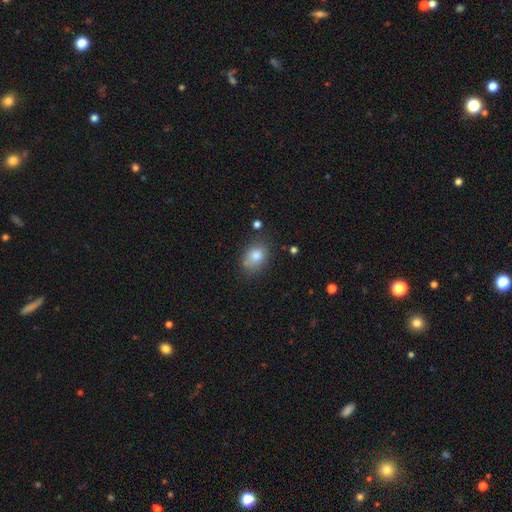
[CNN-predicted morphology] Smooth or featured? smooth (79%)
How rounded? in between (68%)
Merging? none (67%)